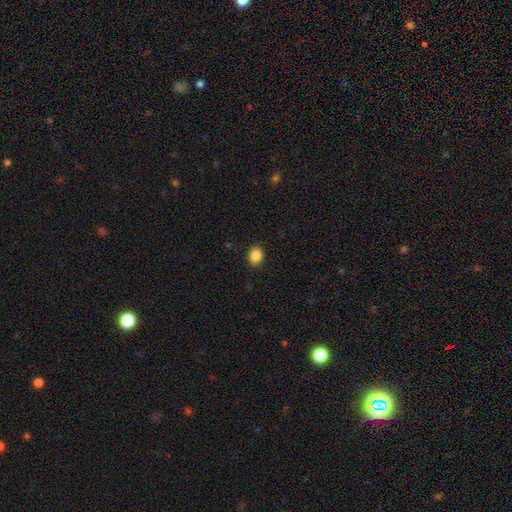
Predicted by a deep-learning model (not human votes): smooth 87%, star or artifact 9%, featured or disk 4%. Down the decision tree: how rounded — in between (50%); merging — none (90%).